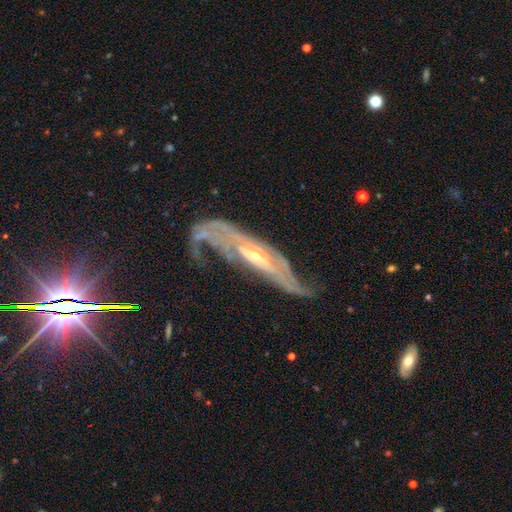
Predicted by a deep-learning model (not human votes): Smooth or featured? Predicted: featured or disk (p=0.82). Edge-on disk? Predicted: no (p=0.72). Bar? Predicted: no (p=0.41). Spiral arms? Predicted: yes (p=0.92). Spiral winding? Predicted: medium (p=0.38). Spiral arm count? Predicted: 2 (p=0.45). Bulge size? Predicted: small (p=0.62). Merging? Predicted: none (p=0.49).